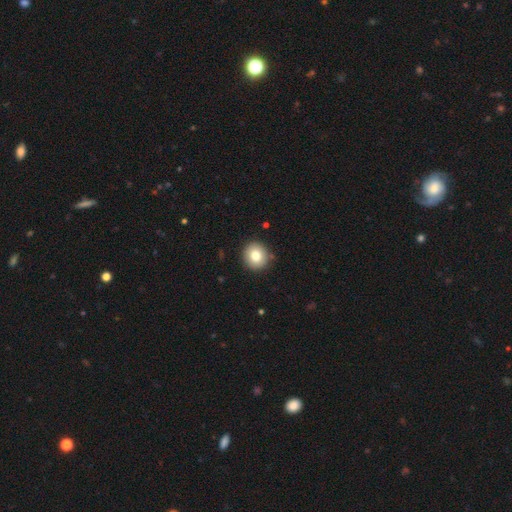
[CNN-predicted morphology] smooth-or-featured: smooth: 80% | featured or disk: 10% | star or artifact: 9%
  how-rounded: round: 89% | in between: 10% | cigar-shaped: 1%
  merging: none: 89% | minor disturbance: 7% | major disturbance: 2% | merger: 1%